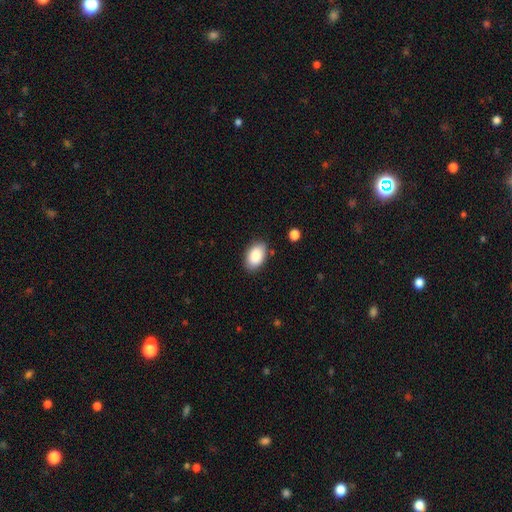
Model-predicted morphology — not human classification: A smooth galaxy with no disk features (88%) that is in between round and cigar-shaped (91%).

Vote fractions:
- Smooth or featured? smooth: 88% / star or artifact: 7% / featured or disk: 5%
- How rounded? in between: 91% / round: 8% / cigar-shaped: 1%
- Merging? none: 84% / minor disturbance: 11% / major disturbance: 3% / merger: 2%